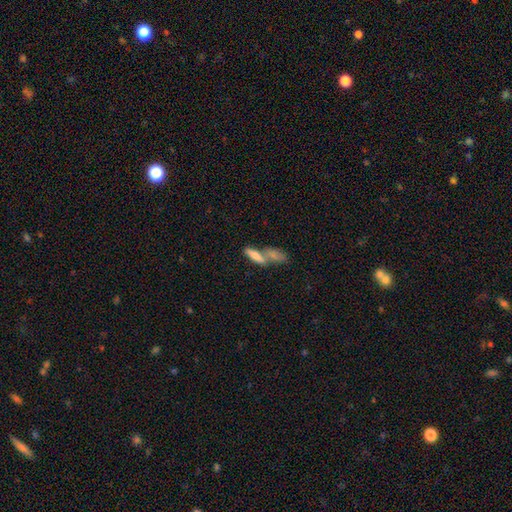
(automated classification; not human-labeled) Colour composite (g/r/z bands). It shows a smooth galaxy with no disk features (70%) that is in between round and cigar-shaped (50%). Merging: merger (59%).